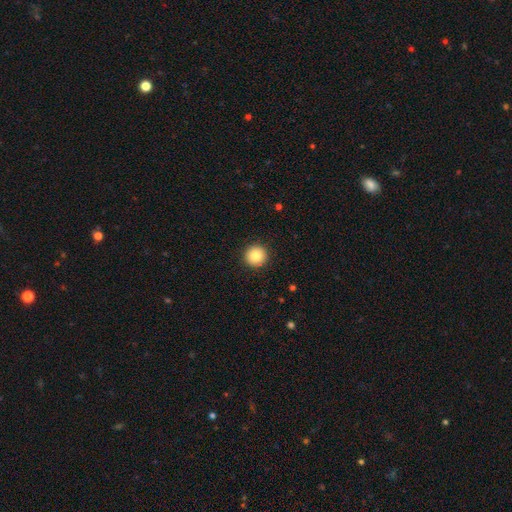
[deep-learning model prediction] Morphology: type=smooth (86%); roundness=round (95%); merging=none (93%).